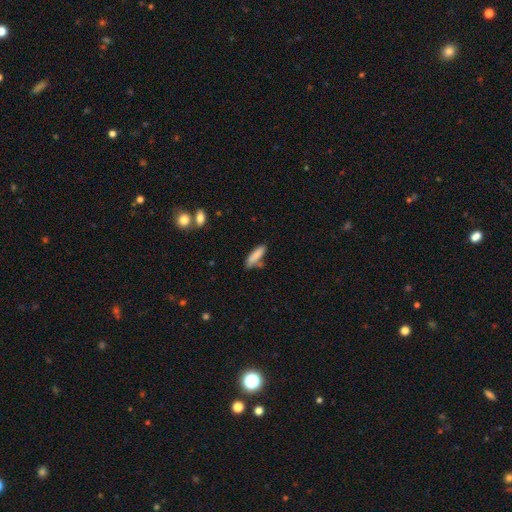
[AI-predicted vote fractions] A smooth galaxy with no disk features (85%) that is cigar-shaped (57%). Merging: none (69%).